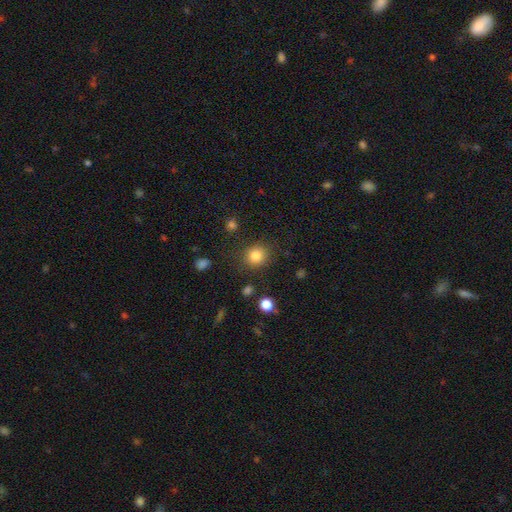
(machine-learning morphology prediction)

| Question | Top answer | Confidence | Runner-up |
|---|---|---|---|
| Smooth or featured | smooth | 83% | star or artifact (12%) |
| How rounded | round | 82% | in between (17%) |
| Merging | none | 84% | minor disturbance (9%) |